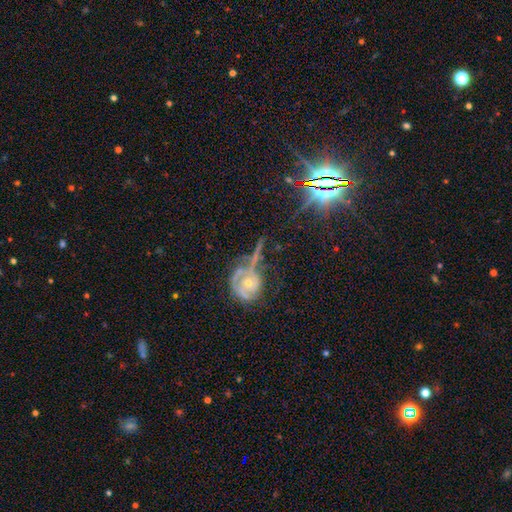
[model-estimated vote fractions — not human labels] A featured or disk galaxy (52%). Merging: none (36%).